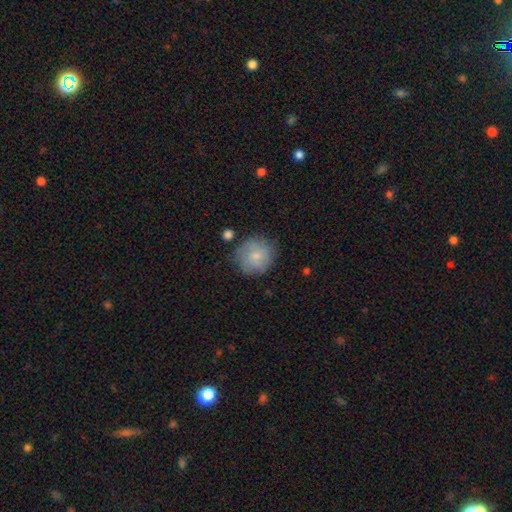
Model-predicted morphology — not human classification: Smooth or featured? smooth (76%)
How rounded? round (90%)
Merging? none (77%)